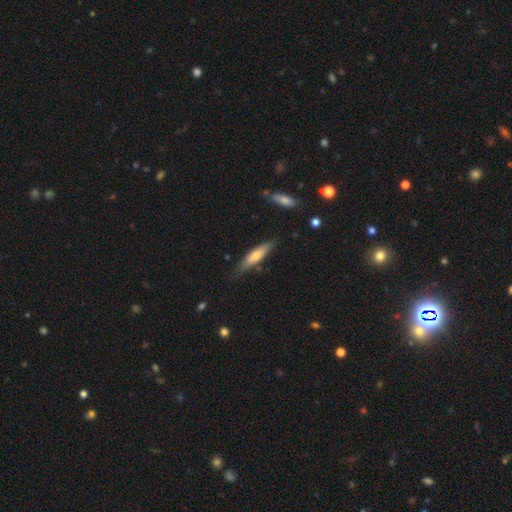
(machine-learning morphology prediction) Smooth or featured? smooth (64%)
How rounded? cigar-shaped (72%)
Merging? none (74%)